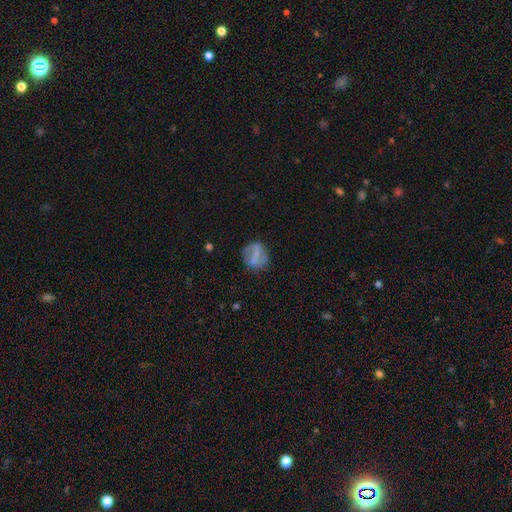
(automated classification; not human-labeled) Overall: featured or disk (51%; smooth 40%). Edge-on disk: no (93%). Merging: none (73%).